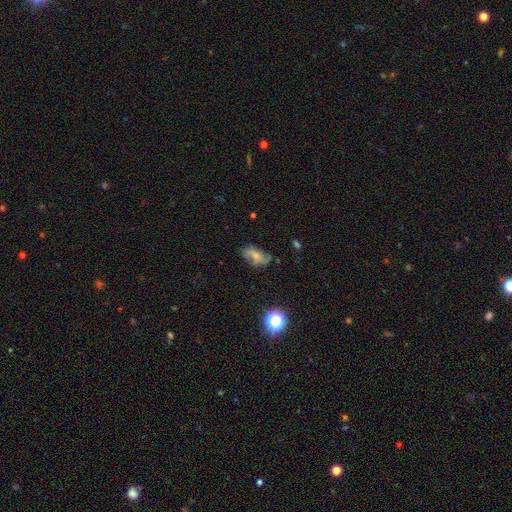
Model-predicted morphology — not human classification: A smooth galaxy with no disk features (55%) that is in between round and cigar-shaped (87%). Merging: none (54%).